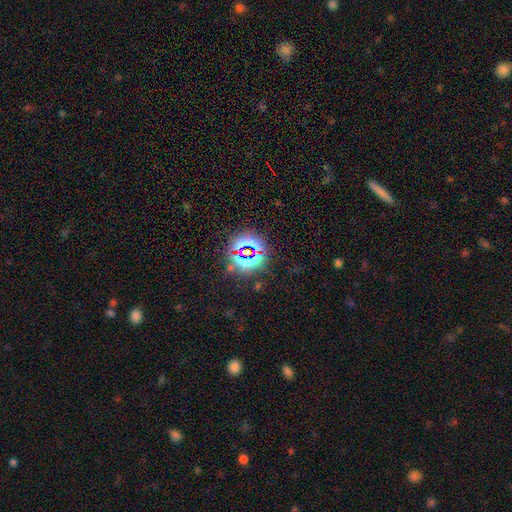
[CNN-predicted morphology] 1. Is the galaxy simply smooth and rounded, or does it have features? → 74% star or artifact, 16% smooth, 9% featured or disk.